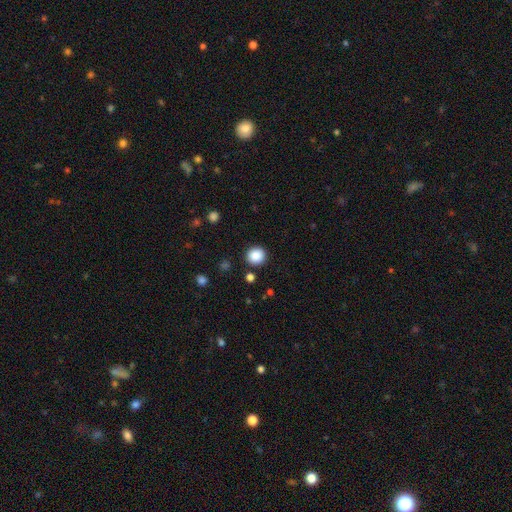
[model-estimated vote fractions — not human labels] Smooth or featured? smooth (88%)
How rounded? round (92%)
Merging? none (90%)